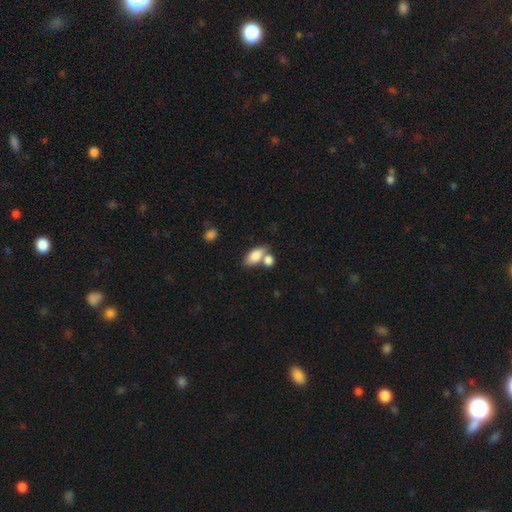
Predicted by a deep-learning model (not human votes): smooth-or-featured: smooth: 82% | featured or disk: 11% | star or artifact: 7%
  how-rounded: in between: 89% | round: 6% | cigar-shaped: 5%
  merging: merger: 46% | none: 39% | minor disturbance: 11% | major disturbance: 5%